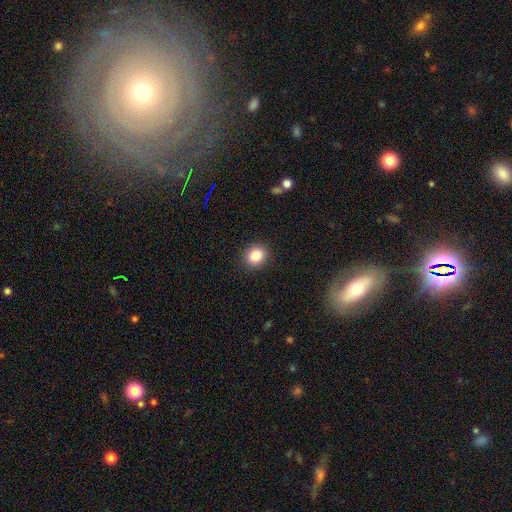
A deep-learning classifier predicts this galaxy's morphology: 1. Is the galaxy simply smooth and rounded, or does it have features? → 84% smooth, 10% star or artifact, 6% featured or disk.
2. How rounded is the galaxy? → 75% round, 24% in between, 1% cigar-shaped.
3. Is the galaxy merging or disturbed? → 90% none, 7% minor disturbance, 2% major disturbance, 1% merger.